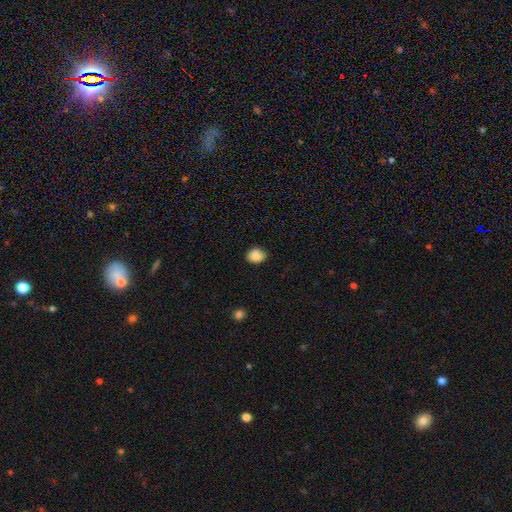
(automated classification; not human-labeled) smooth_or_featured: smooth (p=0.86) [alt: star or artifact p=0.08]
how_rounded: in between (p=0.53) [alt: round p=0.46]
merging: none (p=0.76) [alt: minor disturbance p=0.19]